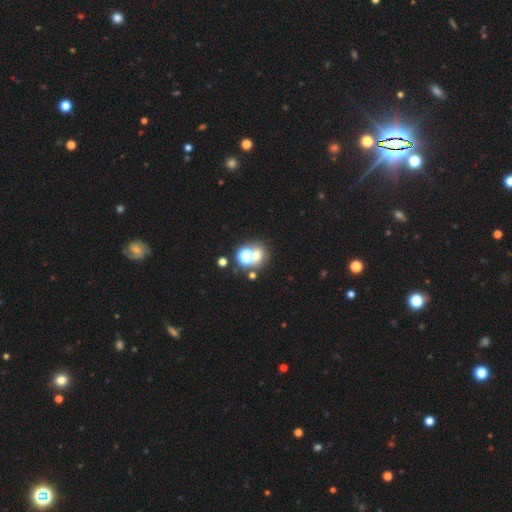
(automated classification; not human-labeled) This appears to be a smooth galaxy with no disk features (52%) that is round (75%). Merging: none (52%).